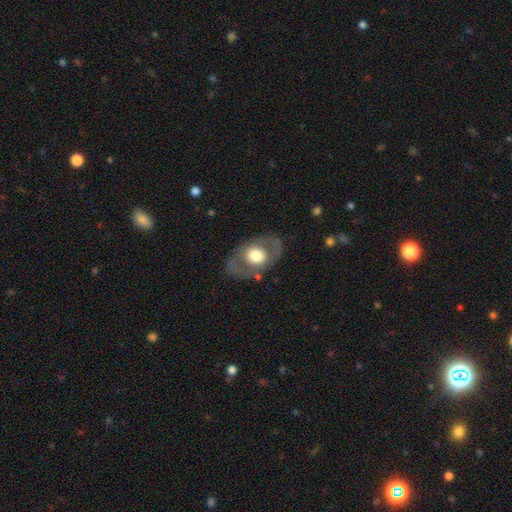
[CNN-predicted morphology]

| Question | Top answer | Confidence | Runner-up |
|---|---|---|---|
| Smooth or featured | featured or disk | 49% | smooth (45%) |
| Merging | none | 77% | minor disturbance (13%) |